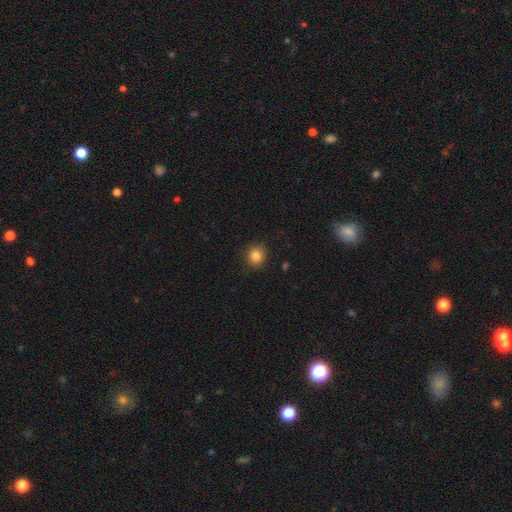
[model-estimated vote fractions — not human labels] A smooth galaxy with no disk features (85%) that is round (85%).

Vote fractions:
- Smooth or featured? smooth: 85% / star or artifact: 11% / featured or disk: 4%
- How rounded? round: 85% / in between: 14% / cigar-shaped: 1%
- Merging? none: 88% / minor disturbance: 9% / major disturbance: 3% / merger: 1%